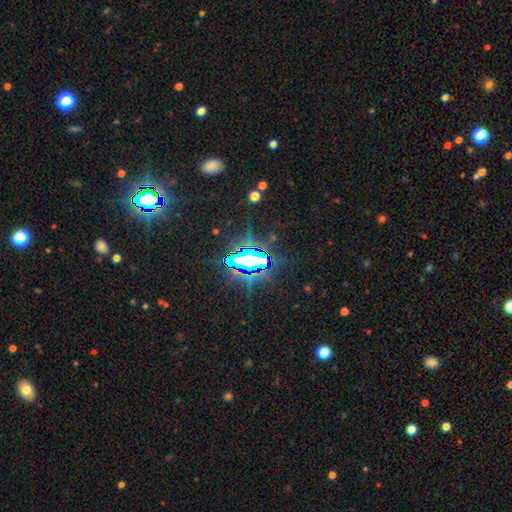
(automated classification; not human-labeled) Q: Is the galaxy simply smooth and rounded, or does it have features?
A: star or artifact — 83%.